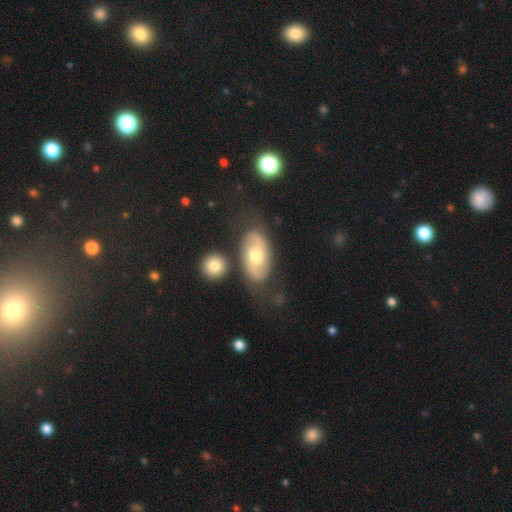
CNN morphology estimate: This is likely a featured or disk galaxy (61%). It is clearly not viewed edge-on (94%). Bar: likely no (62%). Spiral arm pattern: likely yes (77%). Central bulge: likely moderate (76%). Merging: likely none (71%).